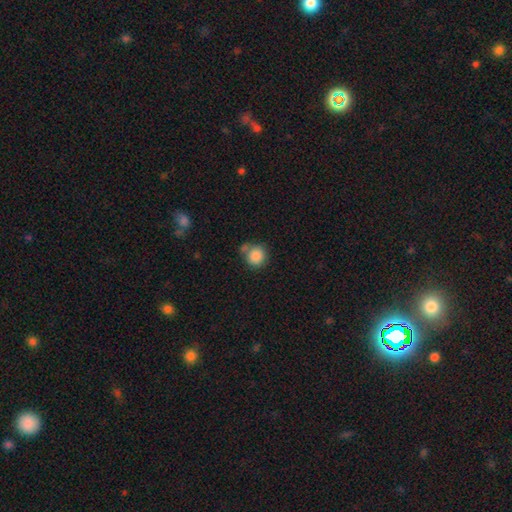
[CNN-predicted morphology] The model was most divided on "merging": none: 59%, merger: 19%, minor disturbance: 16%, major disturbance: 5%. More confident: how rounded — round (91%); smooth or featured — smooth (86%).